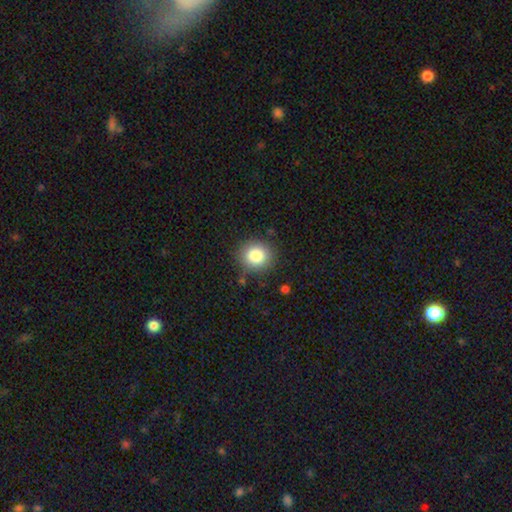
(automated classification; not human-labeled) A smooth galaxy with no disk features (84%) that is round (88%).

Vote fractions:
- Smooth or featured? smooth: 84% / star or artifact: 10% / featured or disk: 6%
- How rounded? round: 88% / in between: 11% / cigar-shaped: 1%
- Merging? none: 87% / minor disturbance: 9% / major disturbance: 3% / merger: 2%